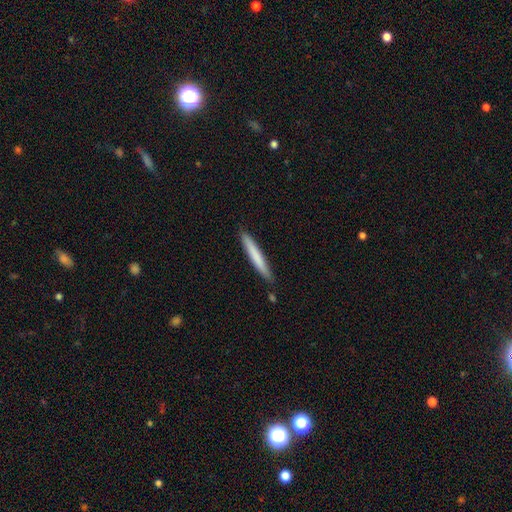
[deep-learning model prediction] smooth 73%, featured or disk 22%, star or artifact 5%. Down the decision tree: how rounded — cigar-shaped (96%); merging — none (87%).